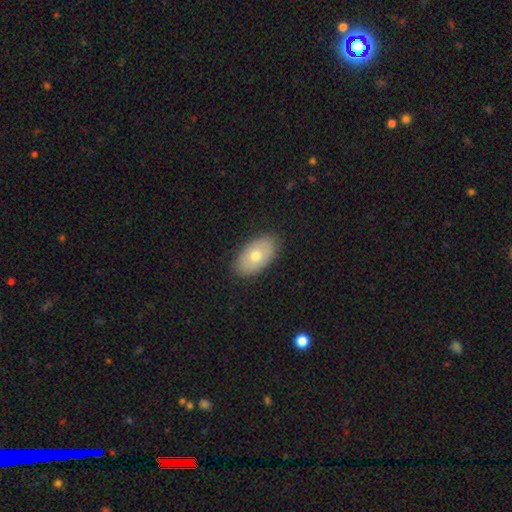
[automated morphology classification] A smooth galaxy with no disk features (68%) that is in between round and cigar-shaped (93%).

Vote fractions:
- Smooth or featured? smooth: 68% / featured or disk: 26% / star or artifact: 7%
- How rounded? in between: 93% / round: 5% / cigar-shaped: 2%
- Merging? none: 87% / minor disturbance: 10% / major disturbance: 2% / merger: 1%